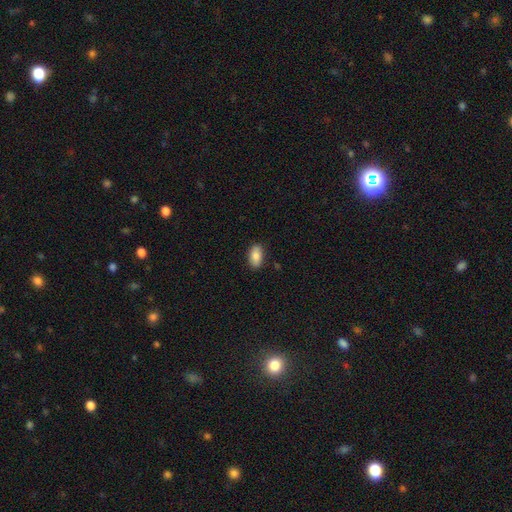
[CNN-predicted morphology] smooth-or-featured: smooth: 84% | featured or disk: 9% | star or artifact: 7%
  how-rounded: in between: 92% | cigar-shaped: 4% | round: 4%
  merging: none: 86% | minor disturbance: 11% | major disturbance: 2% | merger: 1%